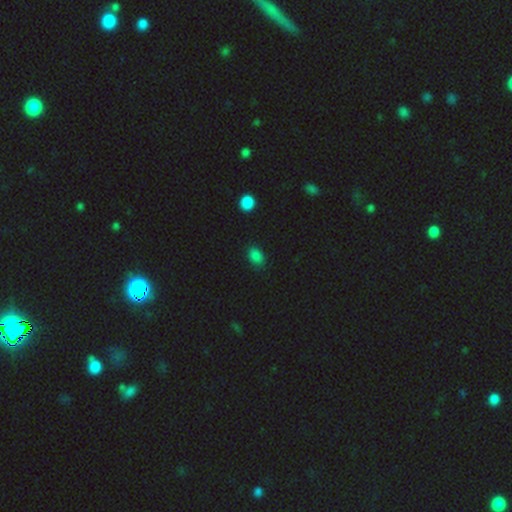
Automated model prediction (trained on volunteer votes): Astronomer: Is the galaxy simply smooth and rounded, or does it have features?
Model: smooth — 83%.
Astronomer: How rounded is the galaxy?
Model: in between — 75%.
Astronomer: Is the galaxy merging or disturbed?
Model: none — 84%.